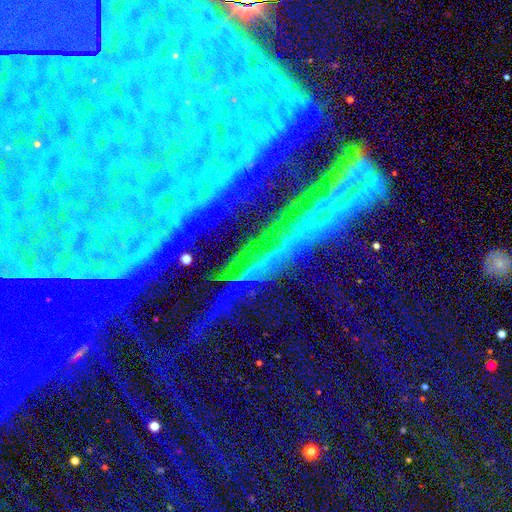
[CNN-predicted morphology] type=star or artifact (76%).